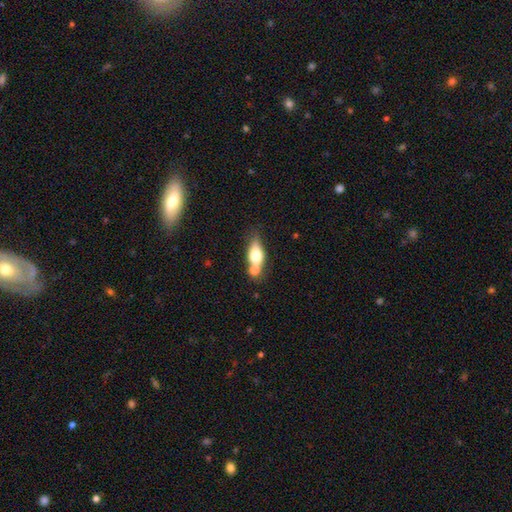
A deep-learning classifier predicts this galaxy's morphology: The model was most divided on "merging": none: 42%, merger: 38%, minor disturbance: 14%, major disturbance: 6%. More confident: how rounded — in between (73%); smooth or featured — smooth (68%).